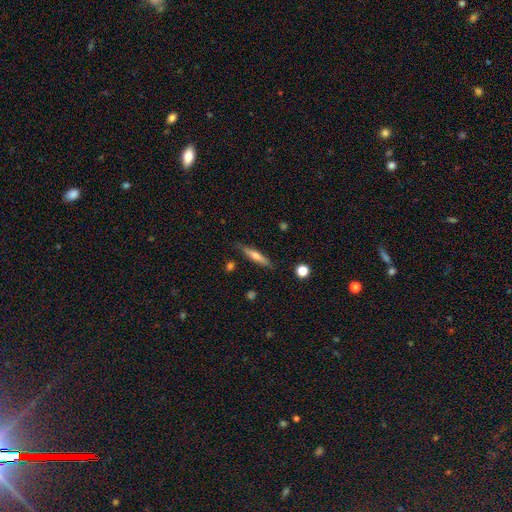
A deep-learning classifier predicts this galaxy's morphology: Overall: smooth (54%; featured or disk 39%). How rounded: cigar-shaped (88%). Merging: none (85%).